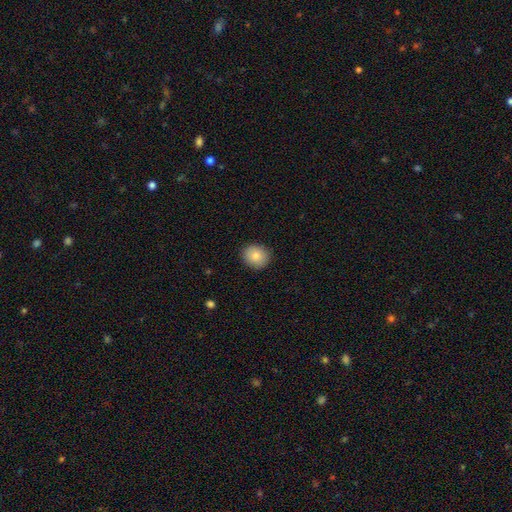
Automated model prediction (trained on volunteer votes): The model was most divided on "how rounded": round: 75%, in between: 24%, cigar-shaped: 1%. More confident: merging — none (89%); smooth or featured — smooth (82%).